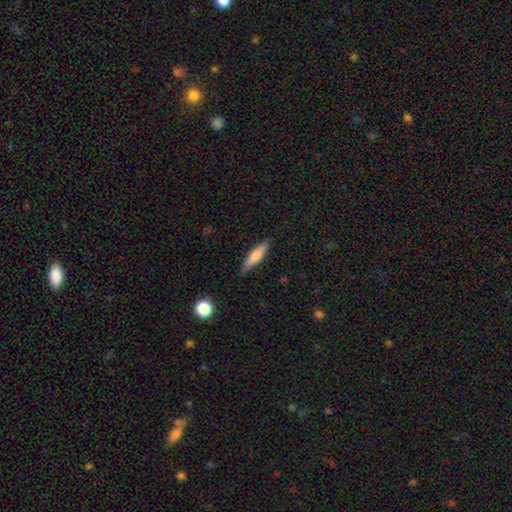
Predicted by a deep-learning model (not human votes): Smooth or featured? Predicted: smooth (p=0.72). How rounded? Predicted: cigar-shaped (p=0.76). Merging? Predicted: none (p=0.85).